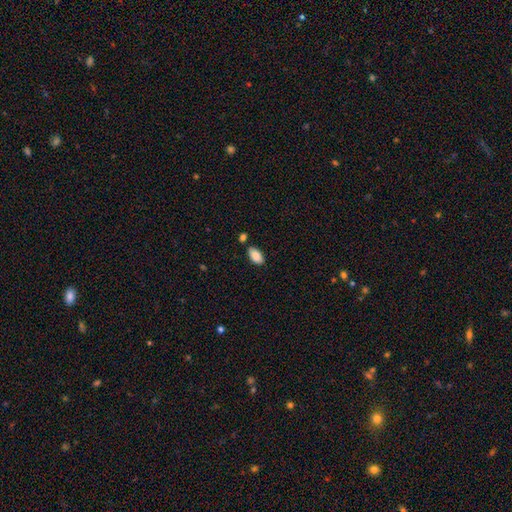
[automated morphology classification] This is clearly a smooth galaxy (88%). How rounded: clearly in between (94%). Merging: likely none (78%).